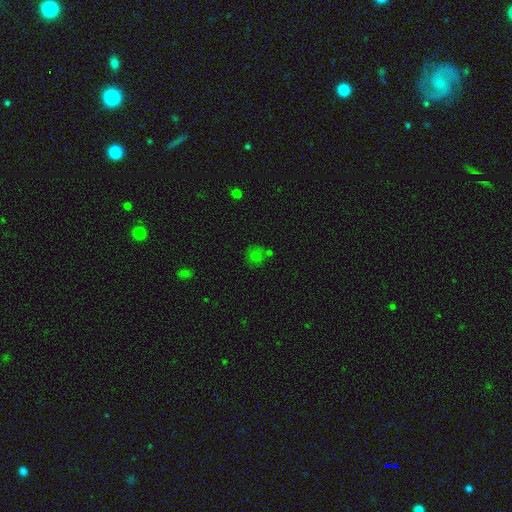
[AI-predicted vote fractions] A smooth galaxy with no disk features (67%) that is round (86%). Merging: none (64%).